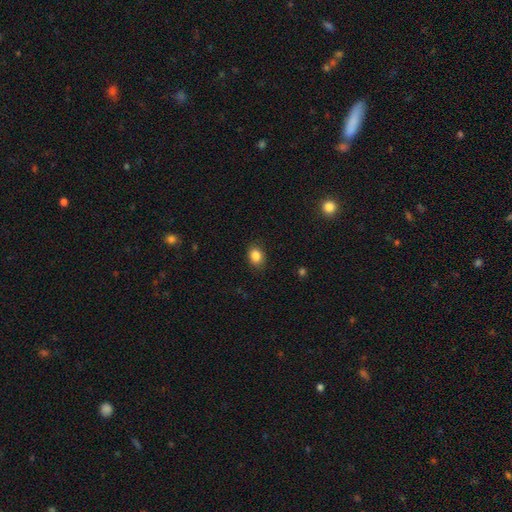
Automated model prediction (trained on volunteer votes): smooth_or_featured: smooth (p=0.86) [alt: star or artifact p=0.09]
how_rounded: in between (p=0.62) [alt: round p=0.37]
merging: none (p=0.86) [alt: minor disturbance p=0.10]